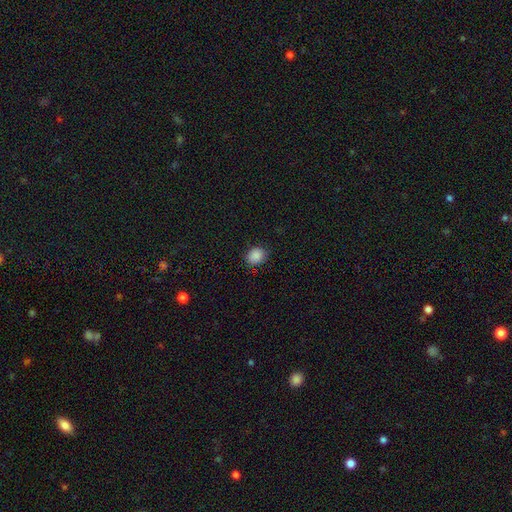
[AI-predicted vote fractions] A smooth galaxy with no disk features (87%) that is round (59%). Merging: none (83%).